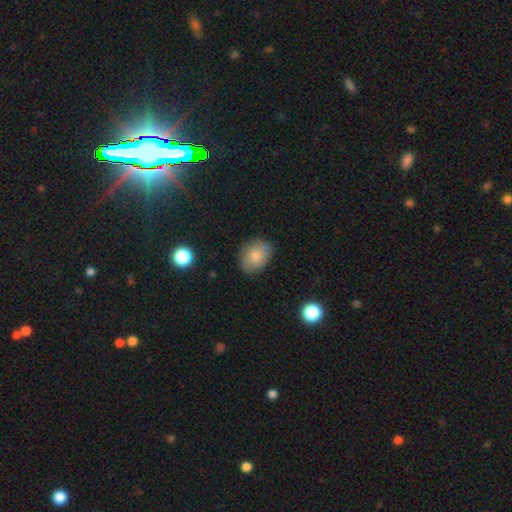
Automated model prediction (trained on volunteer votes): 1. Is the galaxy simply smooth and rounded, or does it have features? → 80% smooth, 13% featured or disk, 8% star or artifact.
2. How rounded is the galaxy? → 67% in between, 32% round, 1% cigar-shaped.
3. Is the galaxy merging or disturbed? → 80% none, 16% minor disturbance, 3% major disturbance, 1% merger.